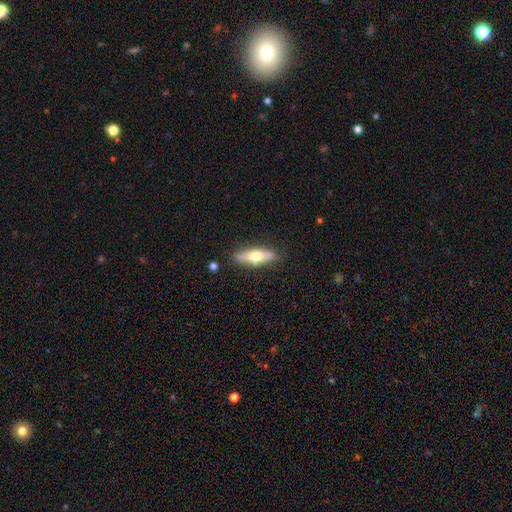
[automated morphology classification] smooth 51%, featured or disk 42%, star or artifact 6%. Down the decision tree: how rounded — cigar-shaped (63%); merging — none (84%).